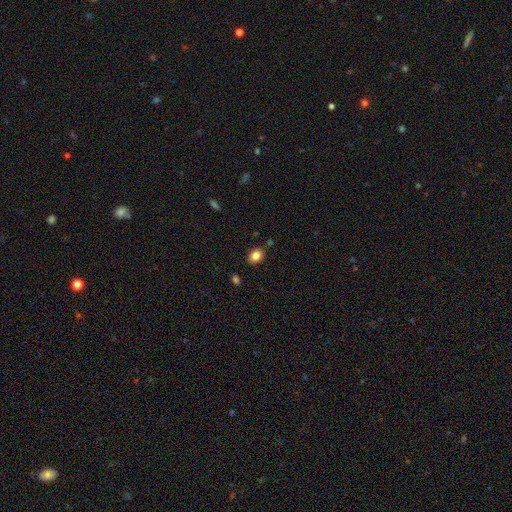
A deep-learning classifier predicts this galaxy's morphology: Smooth or featured? Predicted: smooth (p=0.84). How rounded? Predicted: in between (p=0.55). Merging? Predicted: none (p=0.86).